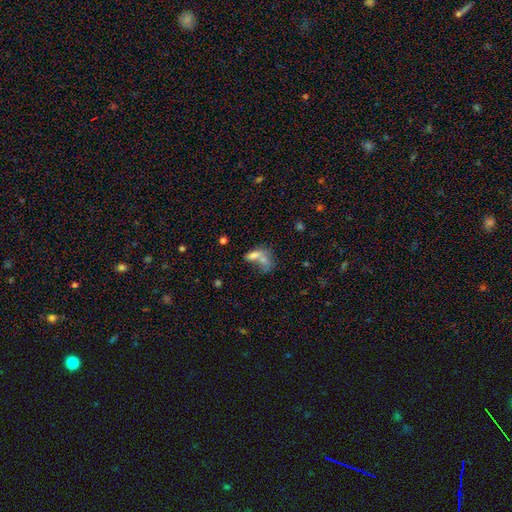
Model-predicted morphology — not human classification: Smooth or featured: smooth — 67% (featured or disk — 19%)
How rounded: in between — 73% (cigar-shaped — 17%)
Merging: merger — 56% (none — 23%)